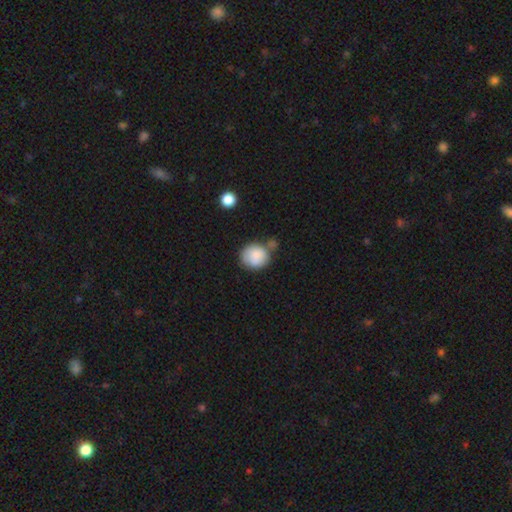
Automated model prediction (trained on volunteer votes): Q: Smooth or featured?
A: smooth (85%); runner-up: featured or disk (8%)
Q: How rounded?
A: round (80%); runner-up: in between (19%)
Q: Merging?
A: none (54%); runner-up: minor disturbance (21%)